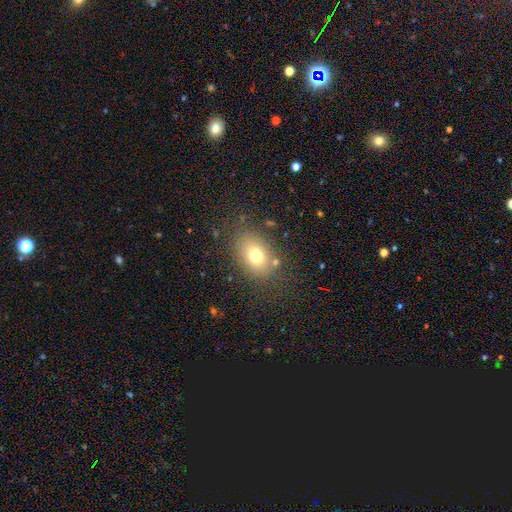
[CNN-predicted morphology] Overall: smooth (74%). How rounded: in between (73%). Merging: none (78%).